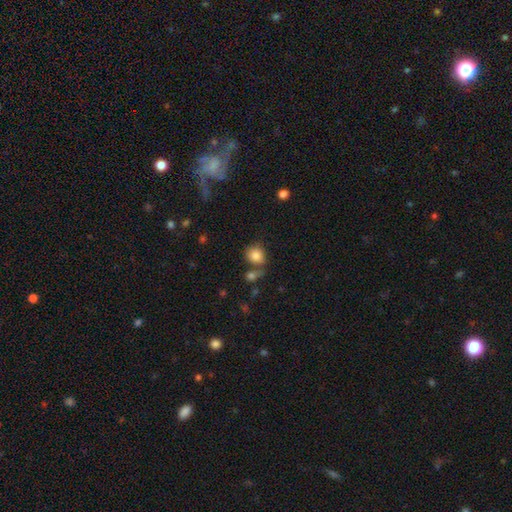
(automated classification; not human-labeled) A smooth galaxy with no disk features (83%) that is round (71%). Merging: none (56%).